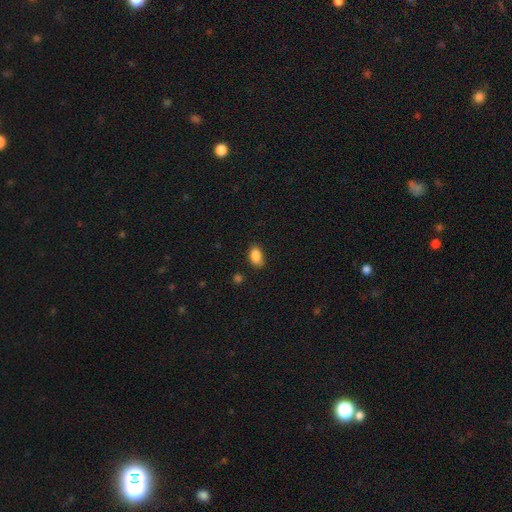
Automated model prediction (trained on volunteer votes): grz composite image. It shows a smooth galaxy with no disk features (87%) that is in between round and cigar-shaped (88%). Merging: none (78%).